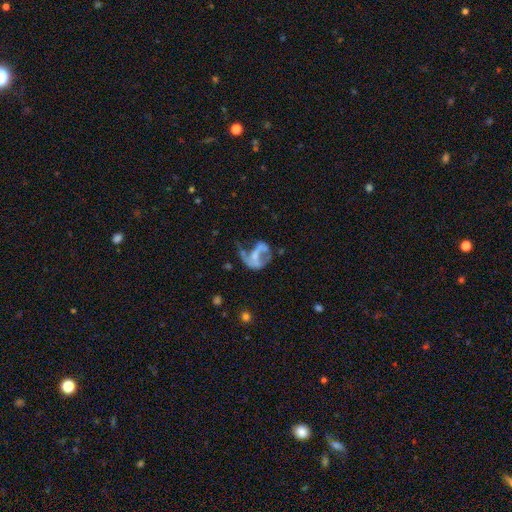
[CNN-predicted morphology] Smooth or featured?
  - featured or disk: 63% *
  - smooth: 25%
  - star or artifact: 11%
Edge-on disk?
  - no: 97% *
  - yes: 3%
Bar?
  - no: 62% *
  - weak: 26%
  - strong: 12%
Spiral arms?
  - no: 54% *
  - yes: 46%
Bulge size?
  - none: 44% *
  - small: 32%
  - moderate: 20%
  - large: 4%
  - dominant: 1%
Merging?
  - major disturbance: 49% *
  - none: 24%
  - minor disturbance: 16%
  - merger: 11%